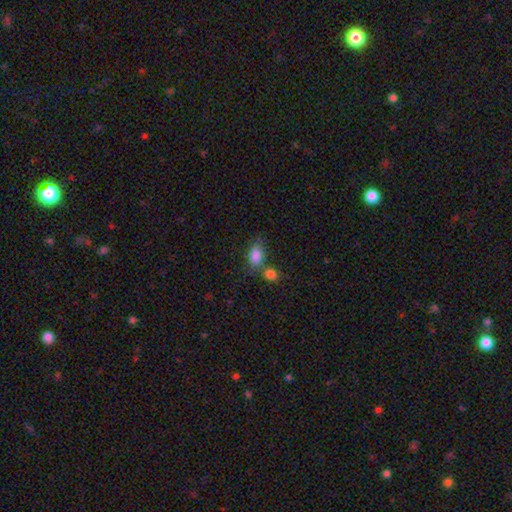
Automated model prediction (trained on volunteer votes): Q: Smooth or featured?
A: smooth (86%); runner-up: star or artifact (9%)
Q: How rounded?
A: in between (86%); runner-up: round (12%)
Q: Merging?
A: none (47%); runner-up: merger (34%)